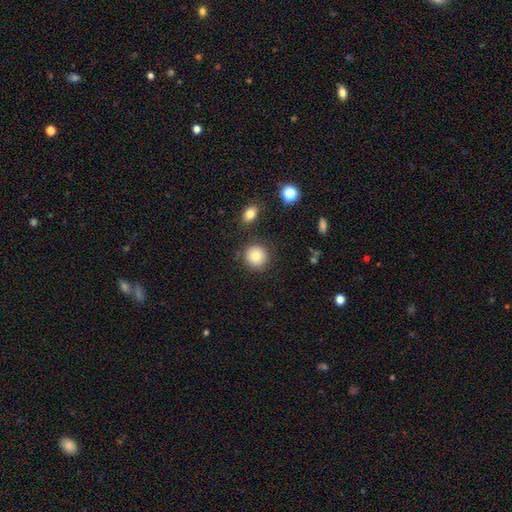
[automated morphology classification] Overall: smooth (80%). How rounded: round (93%). Merging: none (86%).